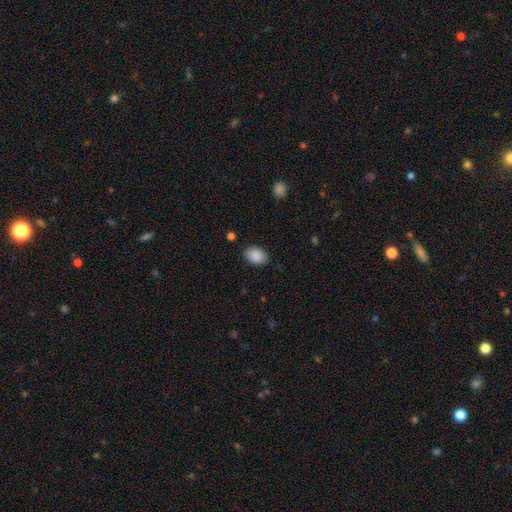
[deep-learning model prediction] This is clearly a smooth galaxy (89%). How rounded: clearly in between (81%). Merging: clearly none (87%).